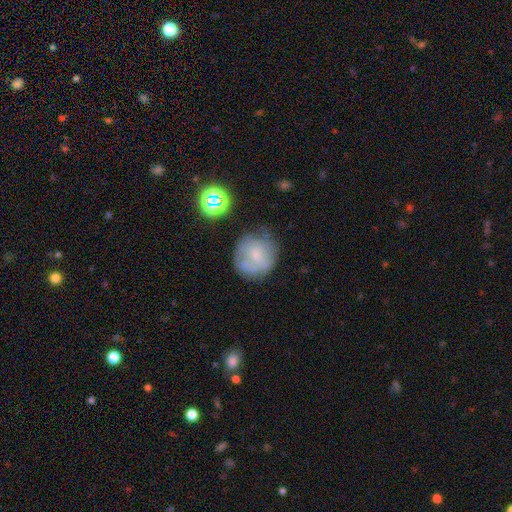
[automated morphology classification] type=smooth (49%); merging=none (57%).